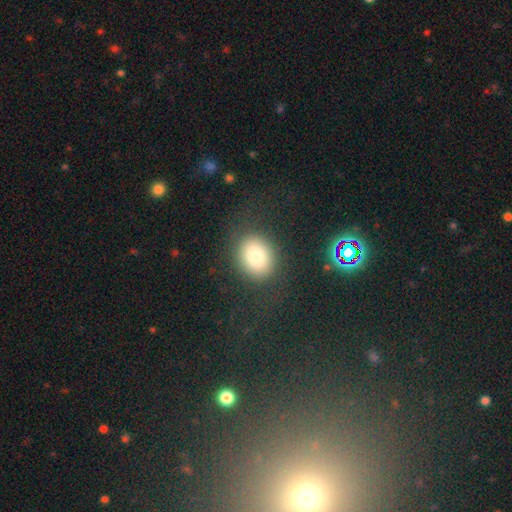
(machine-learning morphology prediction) Smooth or featured? smooth (81%)
How rounded? round (53%)
Merging? none (83%)